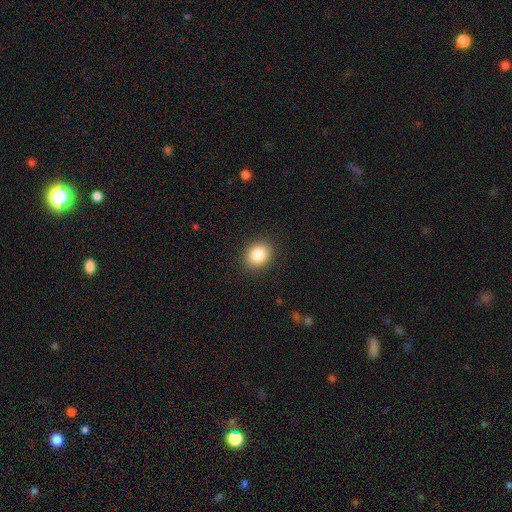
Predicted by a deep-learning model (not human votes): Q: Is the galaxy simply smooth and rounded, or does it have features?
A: smooth — 87%.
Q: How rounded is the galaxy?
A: round — 58%.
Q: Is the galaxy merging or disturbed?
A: none — 89%.